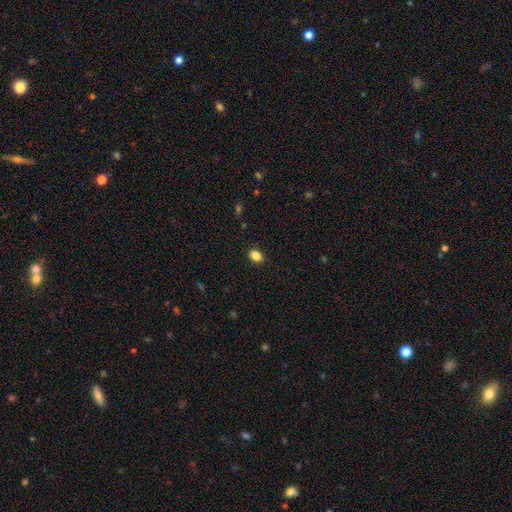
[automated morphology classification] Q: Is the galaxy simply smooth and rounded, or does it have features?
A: smooth — 86%.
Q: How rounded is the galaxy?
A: in between — 76%.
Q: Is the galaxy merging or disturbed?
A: none — 90%.